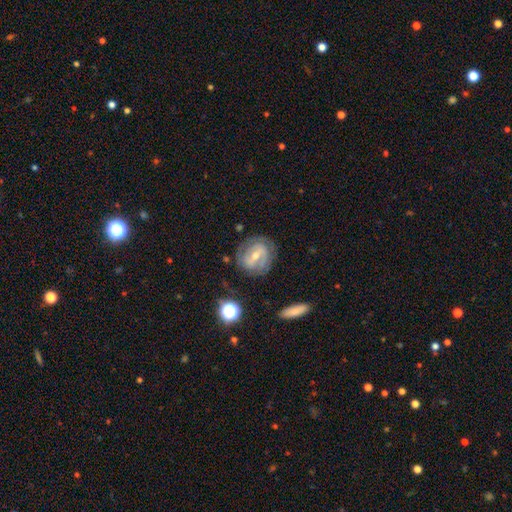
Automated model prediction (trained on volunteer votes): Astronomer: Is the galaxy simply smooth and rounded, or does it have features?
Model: featured or disk — 73%.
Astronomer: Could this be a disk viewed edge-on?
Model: no — 95%.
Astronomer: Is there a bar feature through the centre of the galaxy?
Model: strong — 42% (runner-up: weak, 41%).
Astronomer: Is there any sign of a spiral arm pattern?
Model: yes — 76%.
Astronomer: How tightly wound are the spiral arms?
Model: tight — 52% (runner-up: medium, 35%).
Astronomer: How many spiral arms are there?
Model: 2 — 61%.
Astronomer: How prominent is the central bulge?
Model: moderate — 50% (runner-up: small, 46%).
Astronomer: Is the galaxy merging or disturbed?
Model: none — 73%.